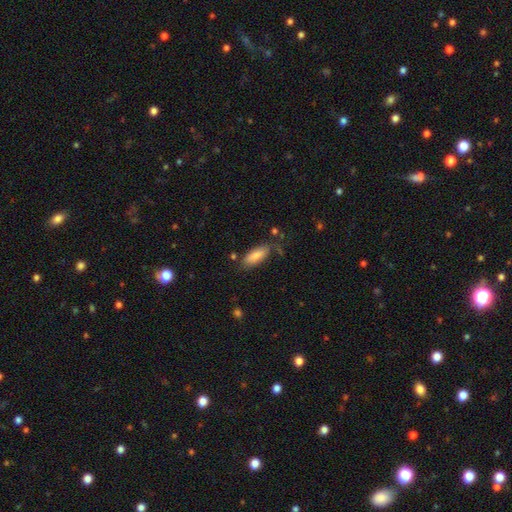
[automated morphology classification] Smooth or featured?
  - smooth: 83% *
  - featured or disk: 11%
  - star or artifact: 7%
How rounded?
  - in between: 74% *
  - cigar-shaped: 24%
  - round: 2%
Merging?
  - none: 66% *
  - minor disturbance: 22%
  - major disturbance: 7%
  - merger: 5%